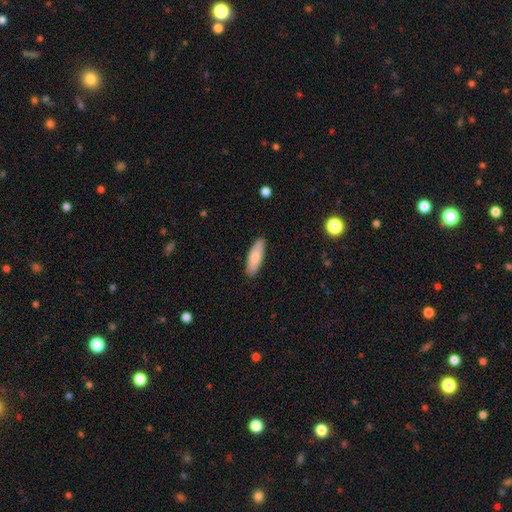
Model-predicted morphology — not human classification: Overall: smooth (80%). How rounded: in between (57%; cigar-shaped 41%). Merging: none (89%).